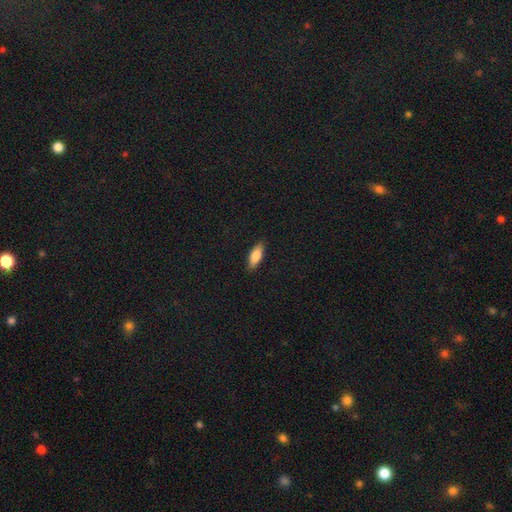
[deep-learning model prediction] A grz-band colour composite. It shows a smooth galaxy with no disk features (79%) that is in between round and cigar-shaped (69%). Merging: none (88%).